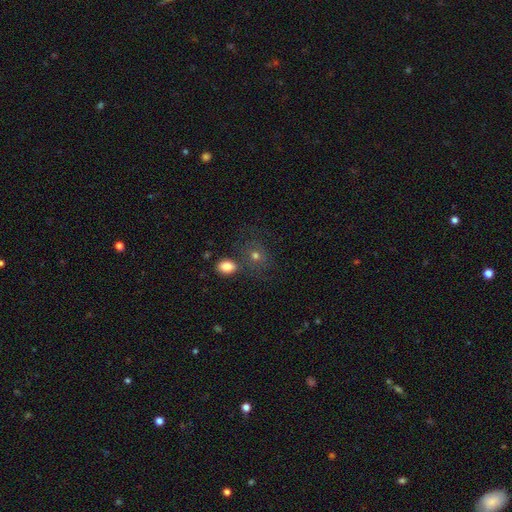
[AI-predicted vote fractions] Overall: smooth (69%). How rounded: round (59%; in between 40%). Merging: none (62%).